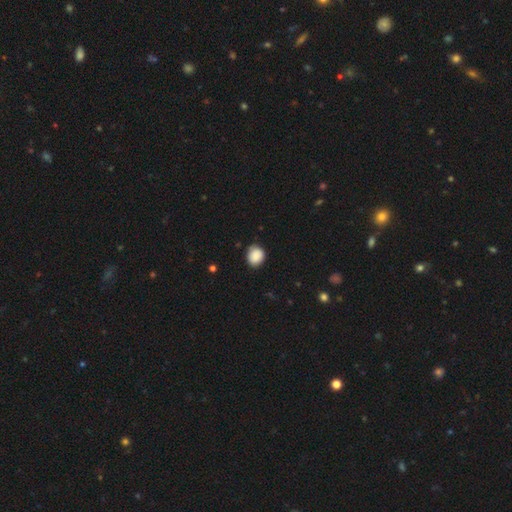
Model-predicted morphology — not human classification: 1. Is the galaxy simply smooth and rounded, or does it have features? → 86% smooth, 8% star or artifact, 6% featured or disk.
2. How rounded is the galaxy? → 67% round, 32% in between, 1% cigar-shaped.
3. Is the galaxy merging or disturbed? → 79% none, 17% minor disturbance, 3% major disturbance, 1% merger.